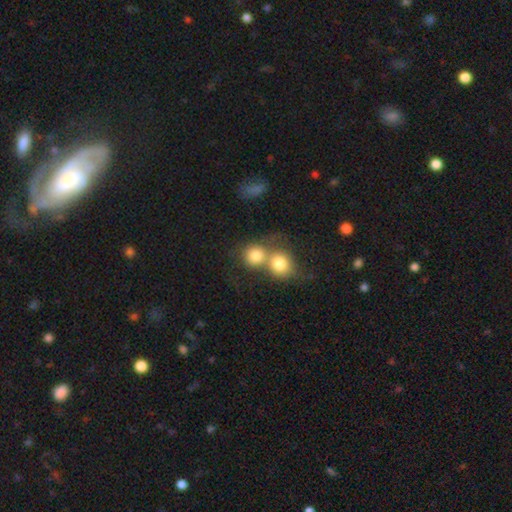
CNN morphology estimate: type=smooth (79%); roundness=round (82%); merging=merger (66%).